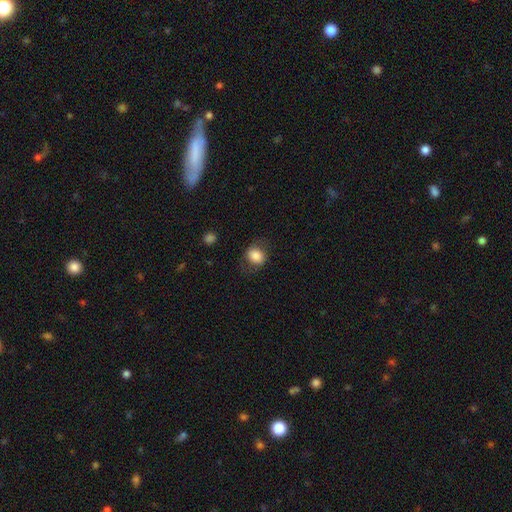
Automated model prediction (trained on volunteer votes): Smooth or featured? Predicted: smooth (p=0.80). How rounded? Predicted: round (p=0.61). Merging? Predicted: none (p=0.71).